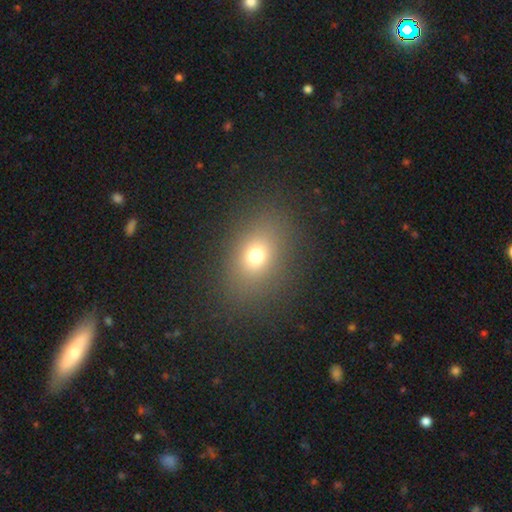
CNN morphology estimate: type=smooth (70%); roundness=in between (58%); merging=none (84%).